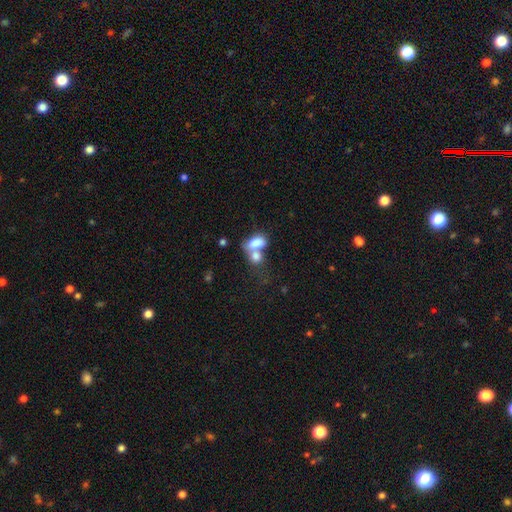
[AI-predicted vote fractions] A smooth galaxy with no disk features (77%) that is in between round and cigar-shaped (80%). Merging: merger (67%).